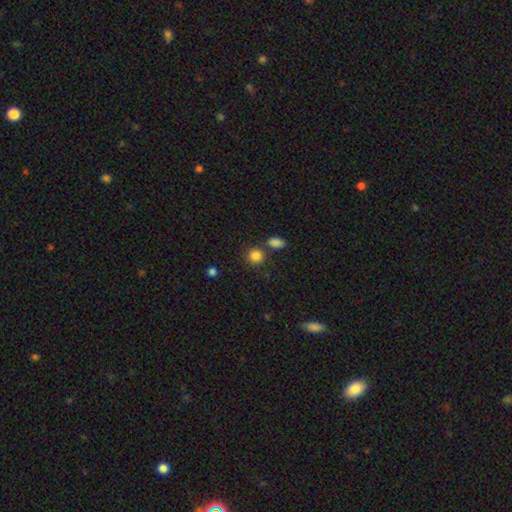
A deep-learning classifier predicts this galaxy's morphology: smooth_or_featured: smooth (p=0.86) [alt: star or artifact p=0.10]
how_rounded: round (p=0.85) [alt: in between p=0.14]
merging: none (p=0.72) [alt: merger p=0.15]